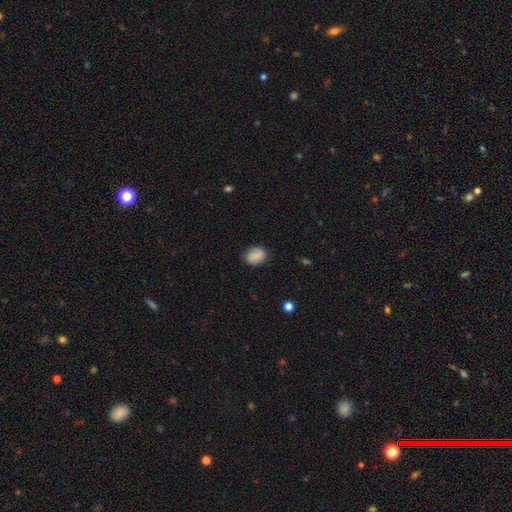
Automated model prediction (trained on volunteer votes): This appears to be a smooth galaxy with no disk features (78%) that is in between round and cigar-shaped (55%). Merging: none (82%).